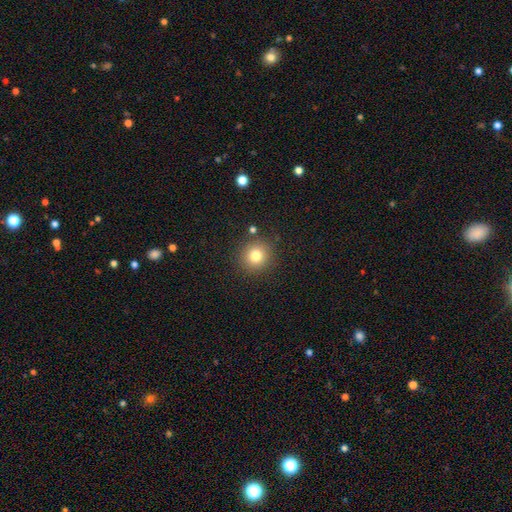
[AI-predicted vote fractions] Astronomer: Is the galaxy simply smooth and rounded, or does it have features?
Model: smooth — 79%.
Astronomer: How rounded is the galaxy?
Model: round — 92%.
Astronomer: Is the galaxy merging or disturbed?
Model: none — 87%.